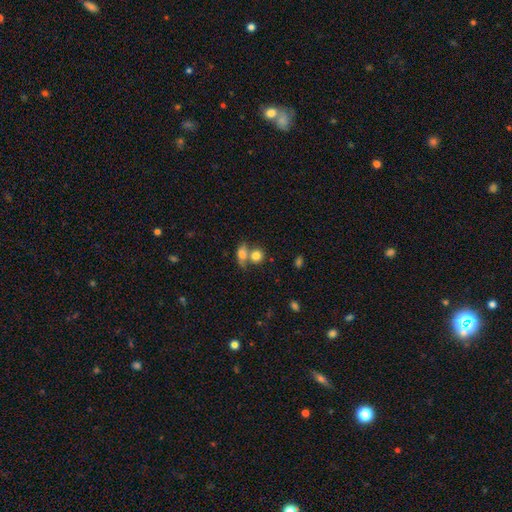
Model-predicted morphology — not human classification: A smooth galaxy with no disk features (80%) that is round (68%). Merging: merger (51%).